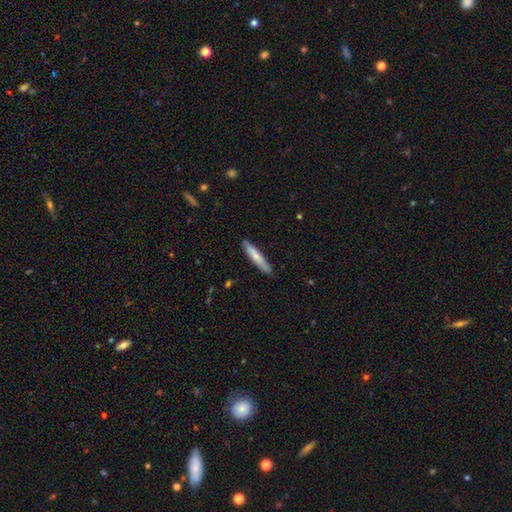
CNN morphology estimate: Smooth or featured: smooth — 70% (featured or disk — 25%)
How rounded: cigar-shaped — 91% (in between — 8%)
Merging: none — 87% (minor disturbance — 10%)